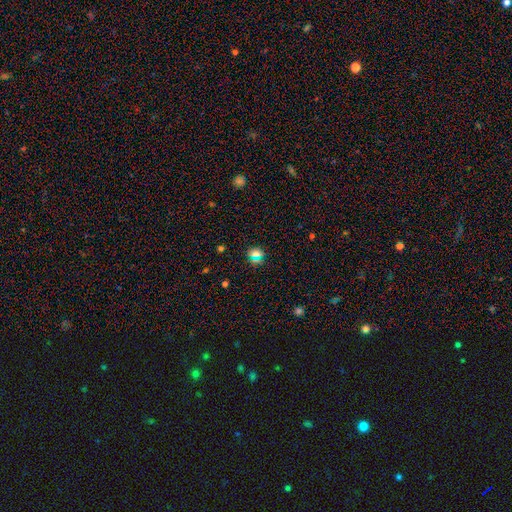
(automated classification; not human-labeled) smooth-or-featured: smooth: 58% | star or artifact: 32% | featured or disk: 10%
  how-rounded: round: 82% | in between: 16% | cigar-shaped: 2%
  merging: none: 84% | minor disturbance: 9% | major disturbance: 4% | merger: 3%